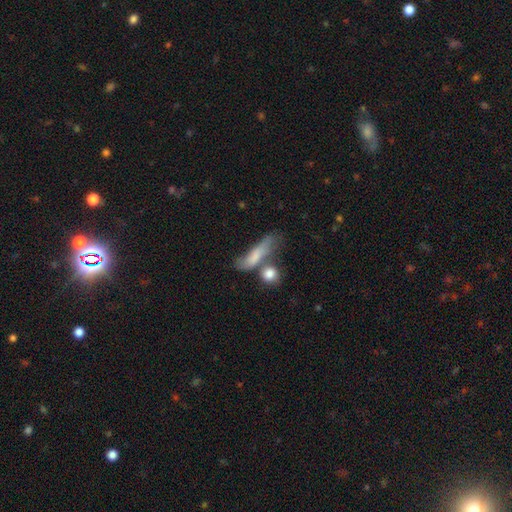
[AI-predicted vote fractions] smooth-or-featured: smooth: 72% | featured or disk: 20% | star or artifact: 8%
  how-rounded: cigar-shaped: 53% | in between: 38% | round: 9%
  merging: none: 35% | merger: 30% | minor disturbance: 20% | major disturbance: 15%